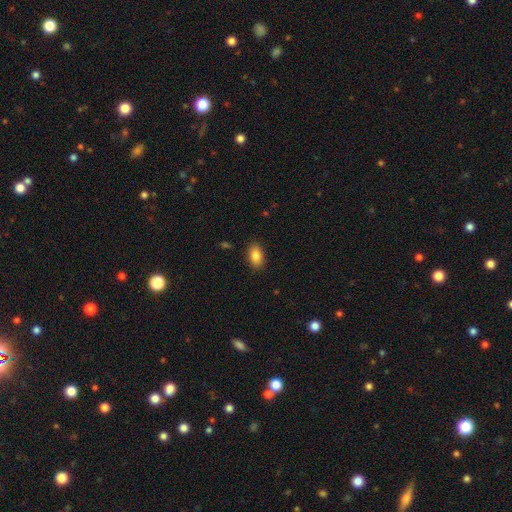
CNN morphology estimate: Smooth or featured: smooth — 85% (star or artifact — 8%)
How rounded: in between — 90% (round — 8%)
Merging: none — 88% (minor disturbance — 9%)